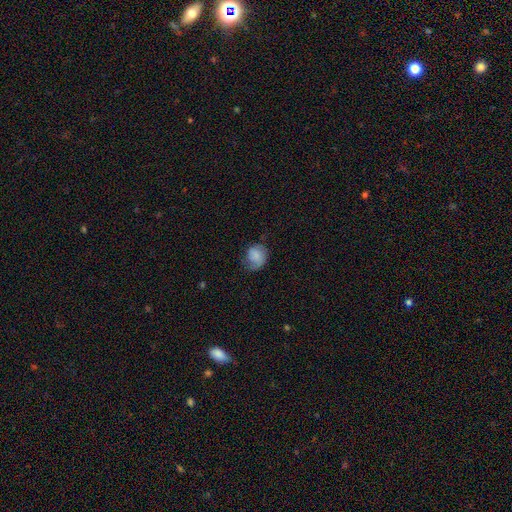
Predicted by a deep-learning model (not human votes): A smooth galaxy with no disk features (73%) that is round (63%). Merging: none (49%).